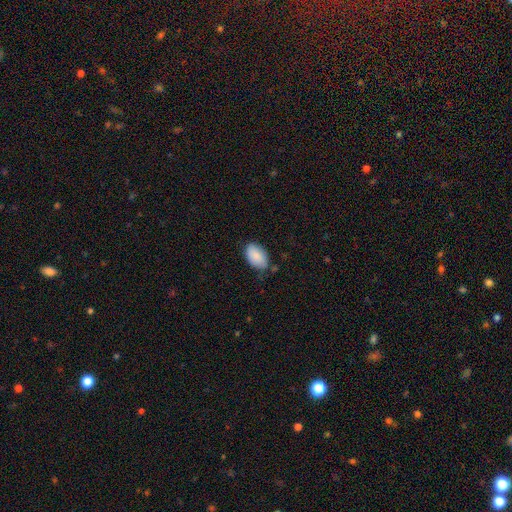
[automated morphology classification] A smooth galaxy with no disk features (88%) that is in between round and cigar-shaped (93%). Merging: none (73%).